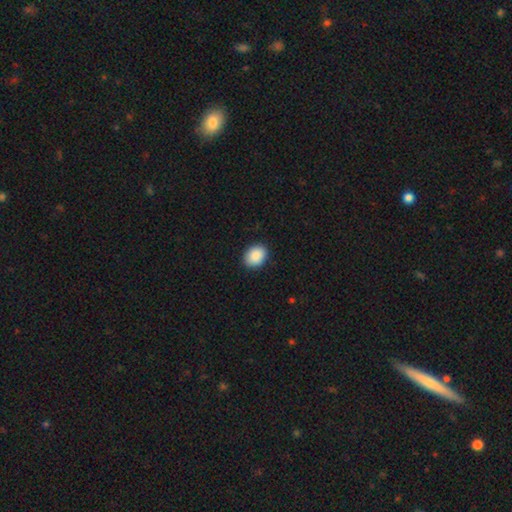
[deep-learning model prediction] Smooth or featured?
  - smooth: 89% *
  - star or artifact: 7%
  - featured or disk: 4%
How rounded?
  - in between: 59% *
  - round: 40%
  - cigar-shaped: 1%
Merging?
  - none: 90% *
  - minor disturbance: 7%
  - major disturbance: 2%
  - merger: 1%